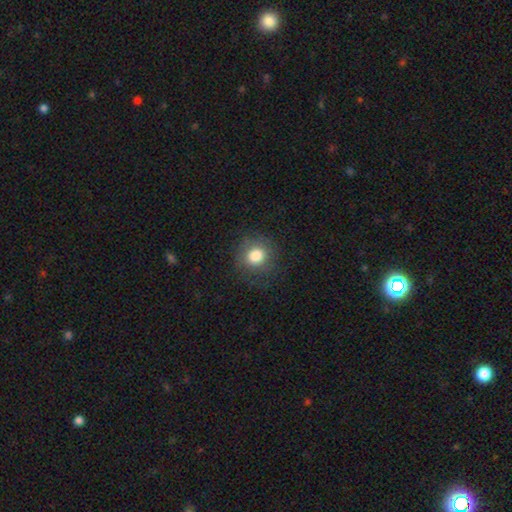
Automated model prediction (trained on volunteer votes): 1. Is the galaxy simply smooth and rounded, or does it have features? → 81% smooth, 10% star or artifact, 8% featured or disk.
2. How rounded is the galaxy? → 84% round, 15% in between, 1% cigar-shaped.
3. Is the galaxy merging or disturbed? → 79% none, 14% minor disturbance, 6% major disturbance, 1% merger.